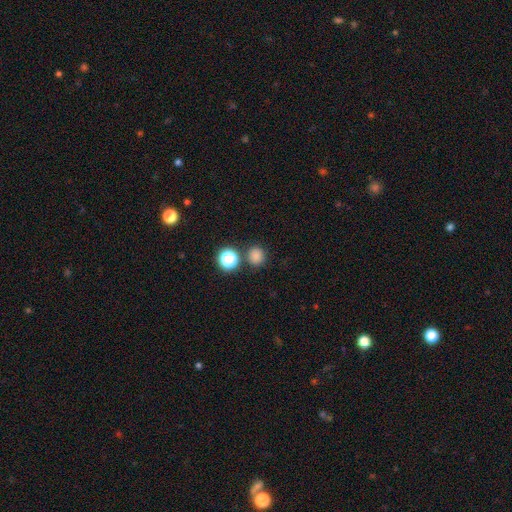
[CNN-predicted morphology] A smooth galaxy with no disk features (78%) that is round (88%).

Vote fractions:
- Smooth or featured? smooth: 78% / star or artifact: 17% / featured or disk: 5%
- How rounded? round: 88% / in between: 11% / cigar-shaped: 1%
- Merging? none: 80% / merger: 9% / minor disturbance: 8% / major disturbance: 3%